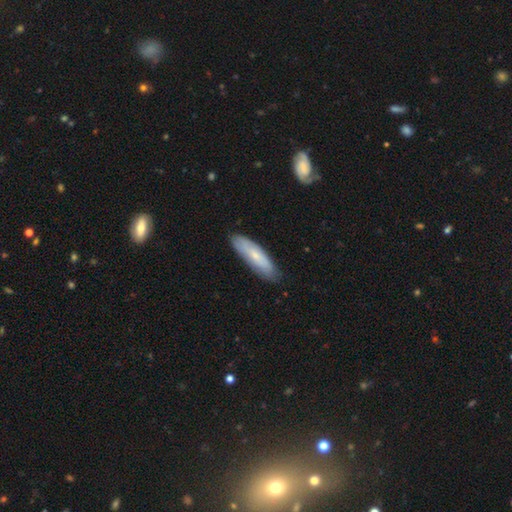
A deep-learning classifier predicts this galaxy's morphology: smooth-or-featured: smooth: 60% | featured or disk: 33% | star or artifact: 6%
  how-rounded: cigar-shaped: 60% | in between: 39% | round: 2%
  merging: none: 83% | minor disturbance: 13% | major disturbance: 3% | merger: 1%